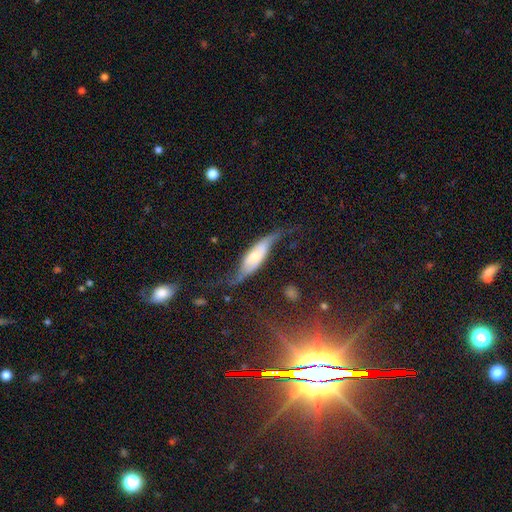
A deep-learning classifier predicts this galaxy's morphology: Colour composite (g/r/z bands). It shows a featured or disk galaxy (69%). Merging: none (51%).